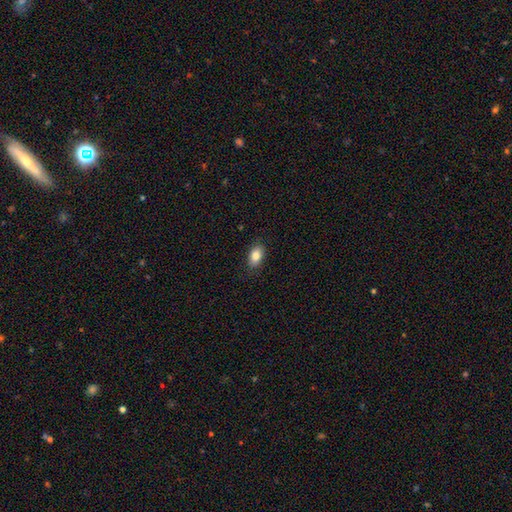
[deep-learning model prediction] Smooth or featured? Predicted: smooth (p=0.83). How rounded? Predicted: in between (p=0.90). Merging? Predicted: none (p=0.87).